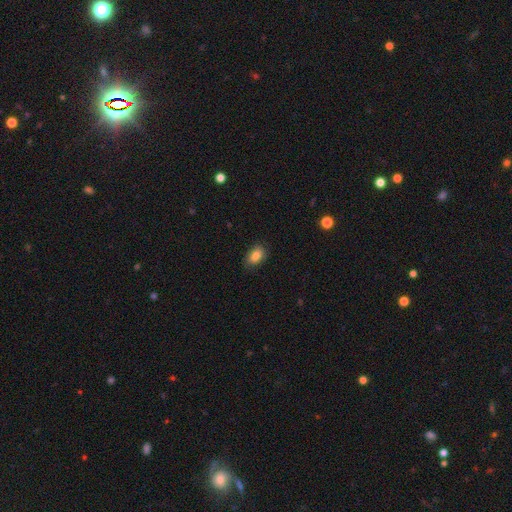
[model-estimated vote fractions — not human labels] The model was most divided on "merging": none: 82%, minor disturbance: 14%, major disturbance: 3%, merger: 1%. More confident: how rounded — in between (87%); smooth or featured — smooth (83%).